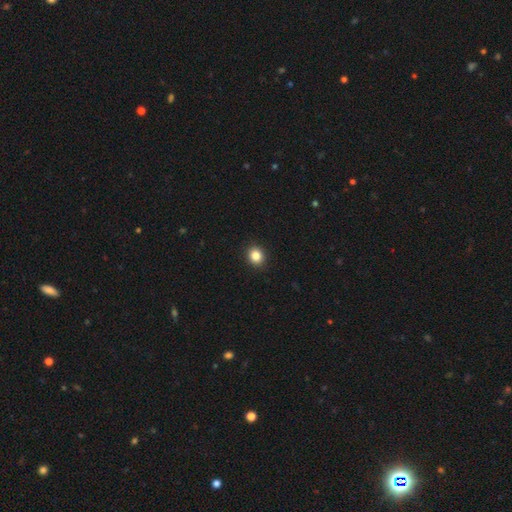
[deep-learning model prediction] This is clearly a smooth galaxy (85%). How rounded: likely round (76%). Merging: clearly none (92%).